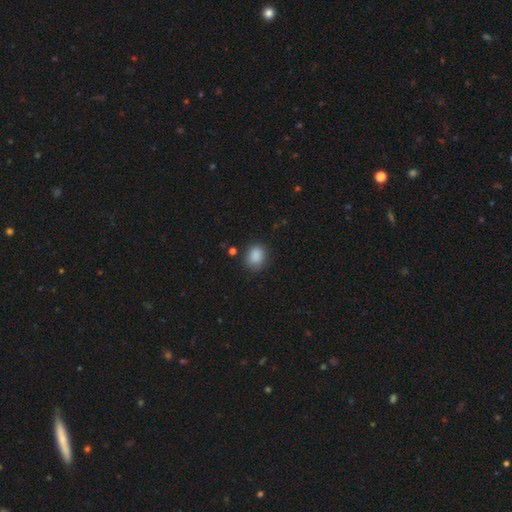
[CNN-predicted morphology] Q: Smooth or featured?
A: smooth (87%); runner-up: star or artifact (9%)
Q: How rounded?
A: round (51%); runner-up: in between (48%)
Q: Merging?
A: none (80%); runner-up: minor disturbance (14%)